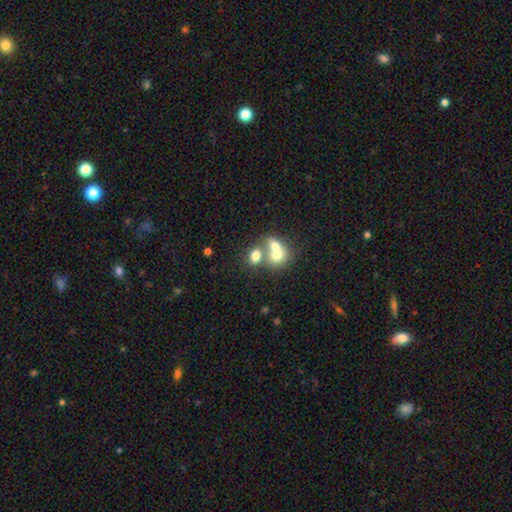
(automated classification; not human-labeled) The model was most divided on "how rounded": in between: 51%, round: 48%, cigar-shaped: 1%. More confident: smooth or featured — smooth (70%); merging — merger (58%).